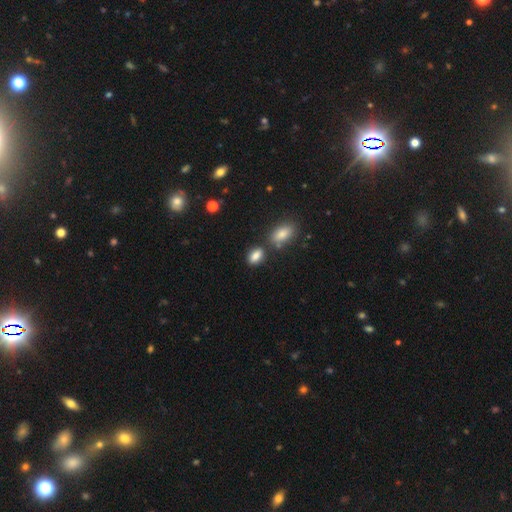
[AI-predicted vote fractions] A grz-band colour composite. It shows a smooth galaxy with no disk features (85%) that is in between round and cigar-shaped (86%). Merging: none (72%).